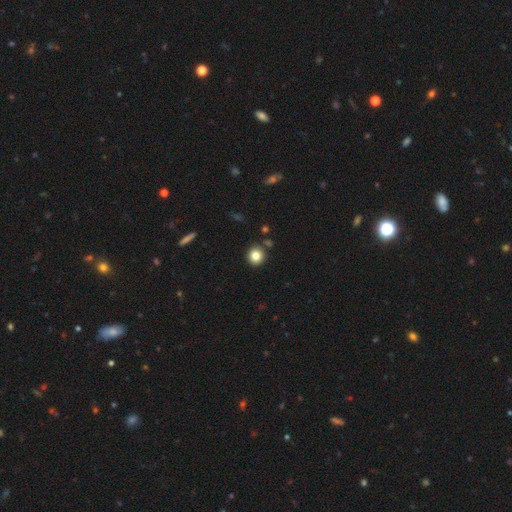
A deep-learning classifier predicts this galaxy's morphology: Smooth or featured? Predicted: smooth (p=0.82). How rounded? Predicted: round (p=0.89). Merging? Predicted: none (p=0.86).